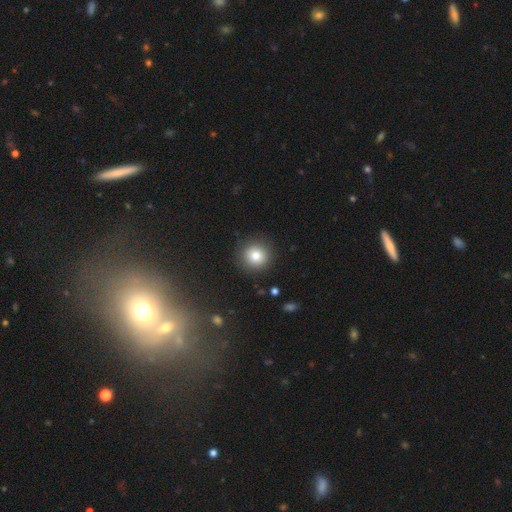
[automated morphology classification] A smooth galaxy with no disk features (80%) that is round (93%).

Vote fractions:
- Smooth or featured? smooth: 80% / star or artifact: 11% / featured or disk: 8%
- How rounded? round: 93% / in between: 6% / cigar-shaped: 1%
- Merging? none: 89% / minor disturbance: 7% / major disturbance: 3% / merger: 1%